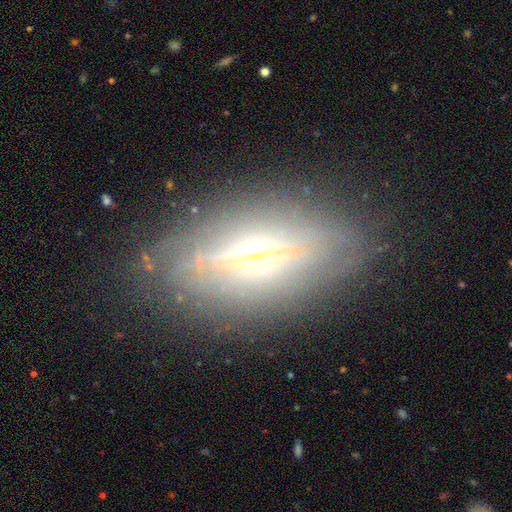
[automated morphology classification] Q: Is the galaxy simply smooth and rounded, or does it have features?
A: featured or disk — 57%.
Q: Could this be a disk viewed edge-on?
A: yes — 56%.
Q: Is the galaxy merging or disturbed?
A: none — 74%.